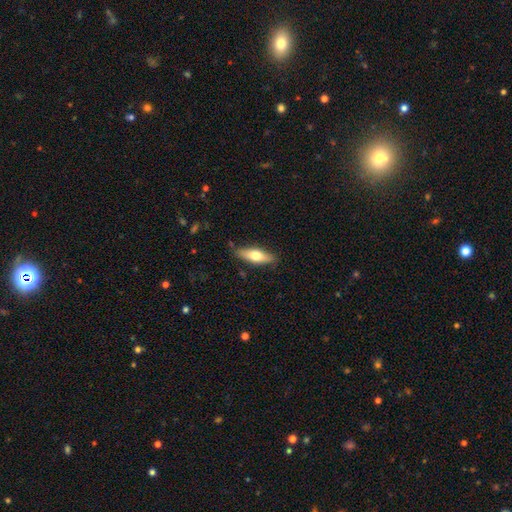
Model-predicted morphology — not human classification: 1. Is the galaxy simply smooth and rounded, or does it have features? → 60% smooth, 34% featured or disk, 6% star or artifact.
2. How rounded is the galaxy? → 51% in between, 46% cigar-shaped, 2% round.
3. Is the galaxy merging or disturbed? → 82% none, 13% minor disturbance, 3% major disturbance, 2% merger.